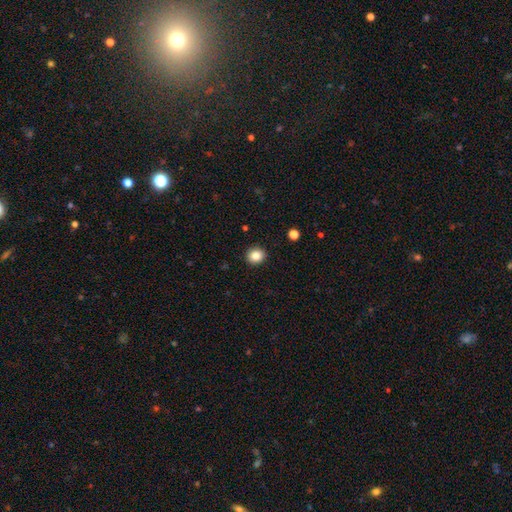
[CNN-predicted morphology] The model was most divided on "how rounded": round: 81%, in between: 18%, cigar-shaped: 1%. More confident: merging — none (91%); smooth or featured — smooth (85%).